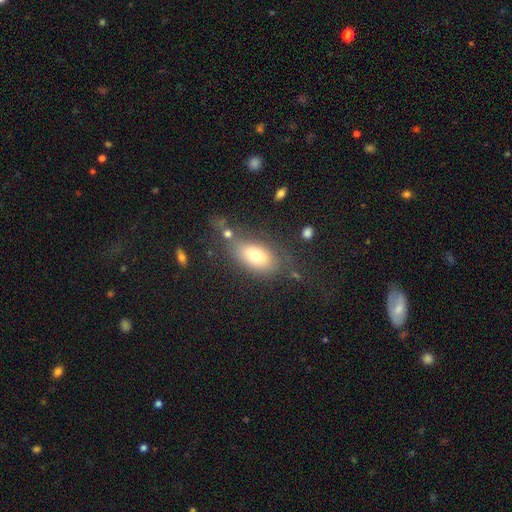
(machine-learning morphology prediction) A smooth galaxy with no disk features (71%) that is in between round and cigar-shaped (87%).

Vote fractions:
- Smooth or featured? smooth: 71% / featured or disk: 18% / star or artifact: 11%
- How rounded? in between: 87% / round: 9% / cigar-shaped: 5%
- Merging? none: 60% / minor disturbance: 19% / major disturbance: 12% / merger: 9%